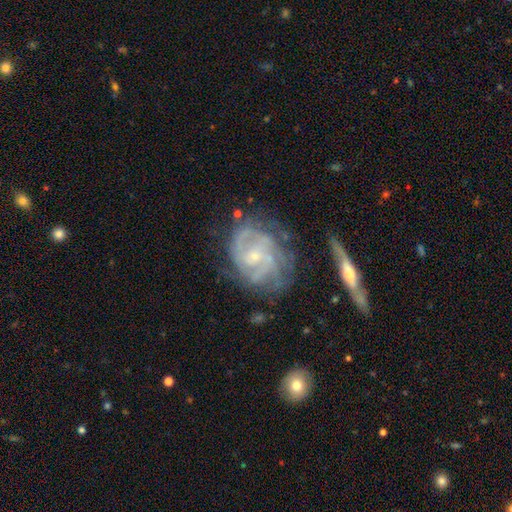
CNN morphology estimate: Smooth or featured?
  - featured or disk: 85% *
  - smooth: 9%
  - star or artifact: 6%
Edge-on disk?
  - no: 97% *
  - yes: 3%
Bar?
  - no: 57% *
  - weak: 36%
  - strong: 7%
Spiral arms?
  - yes: 93% *
  - no: 7%
Spiral winding?
  - tight: 56% *
  - medium: 35%
  - loose: 9%
Spiral arm count?
  - can't tell: 31% *
  - 2: 26%
  - 3: 23%
  - 4: 10%
  - 1: 5%
  - more than 4: 5%
Bulge size?
  - small: 72% *
  - moderate: 21%
  - none: 4%
  - large: 1%
  - dominant: 1%
Merging?
  - none: 59% *
  - minor disturbance: 22%
  - major disturbance: 13%
  - merger: 5%